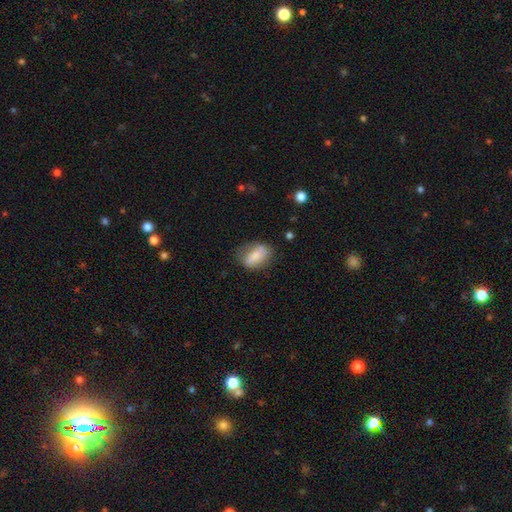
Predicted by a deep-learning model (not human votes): Smooth or featured? smooth (73%)
How rounded? in between (82%)
Merging? none (65%)